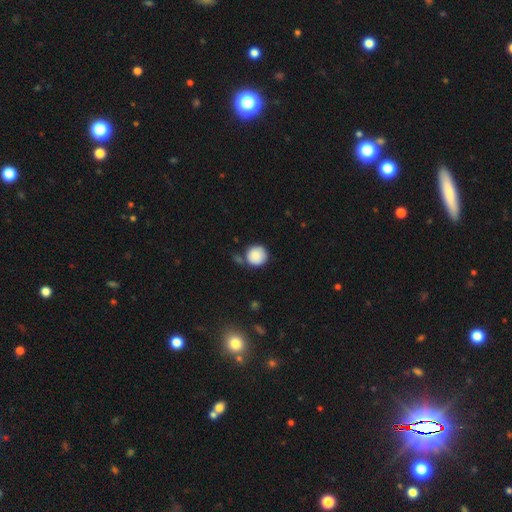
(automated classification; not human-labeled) Overall: smooth (86%). How rounded: round (94%). Merging: none (69%).